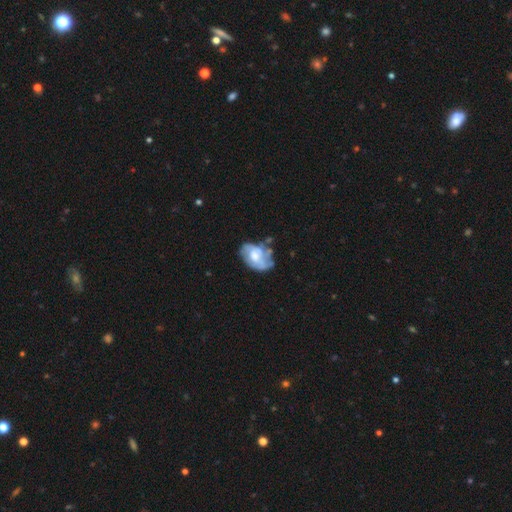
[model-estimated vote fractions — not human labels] A featured or disk galaxy (58%) with no bar (71%), no spiral arms (51%) and a moderate central bulge (51%). Merging: none (38%).